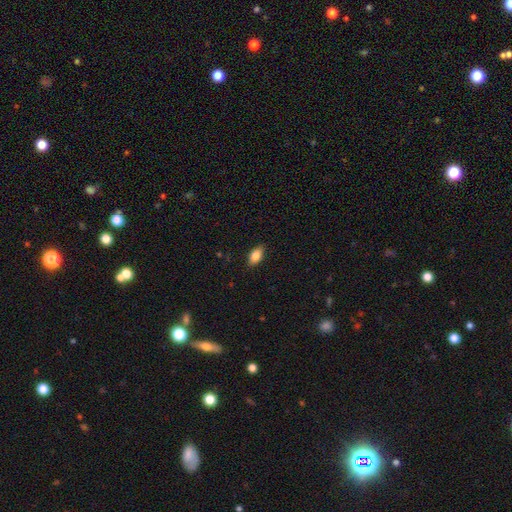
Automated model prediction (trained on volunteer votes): This appears to be a smooth galaxy with no disk features (80%) that is in between round and cigar-shaped (88%). Merging: none (86%).